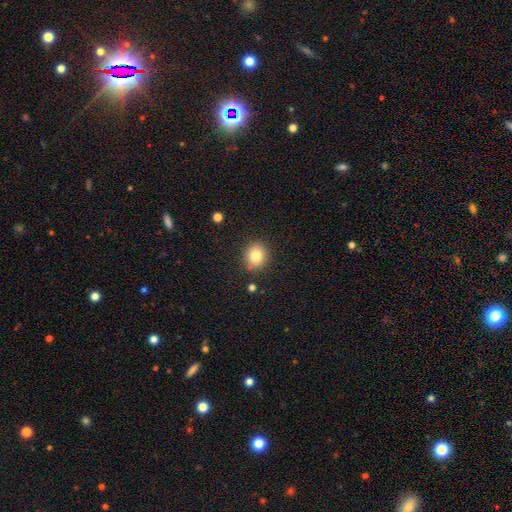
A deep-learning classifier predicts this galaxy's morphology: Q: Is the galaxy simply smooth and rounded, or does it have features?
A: smooth — 83%.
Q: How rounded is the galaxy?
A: round — 76%.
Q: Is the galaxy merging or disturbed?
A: none — 86%.